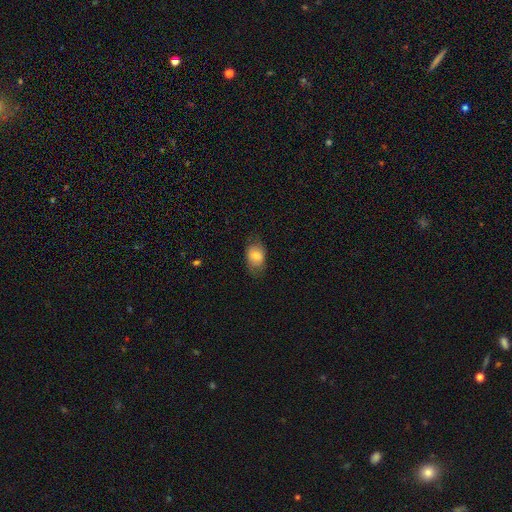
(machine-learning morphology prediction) smooth_or_featured: smooth (p=0.76) [alt: featured or disk p=0.17]
how_rounded: in between (p=0.78) [alt: round p=0.21]
merging: none (p=0.72) [alt: minor disturbance p=0.20]